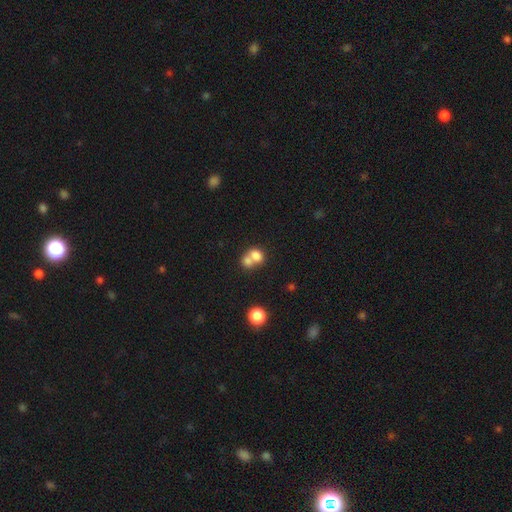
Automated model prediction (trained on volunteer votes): Smooth or featured: smooth — 74% (featured or disk — 15%)
How rounded: in between — 51% (round — 47%)
Merging: merger — 67% (none — 23%)